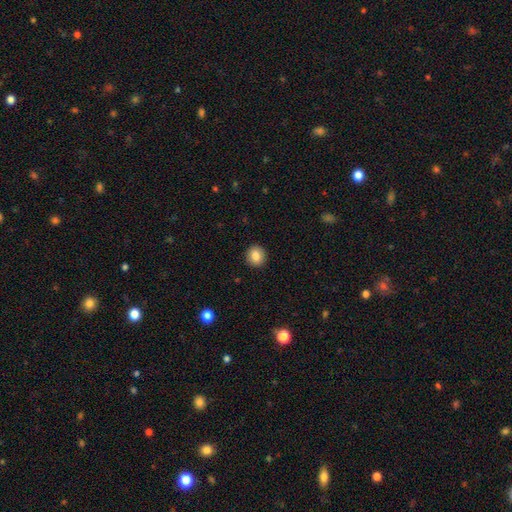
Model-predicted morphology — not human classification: type=smooth (85%); roundness=round (86%); merging=none (92%).